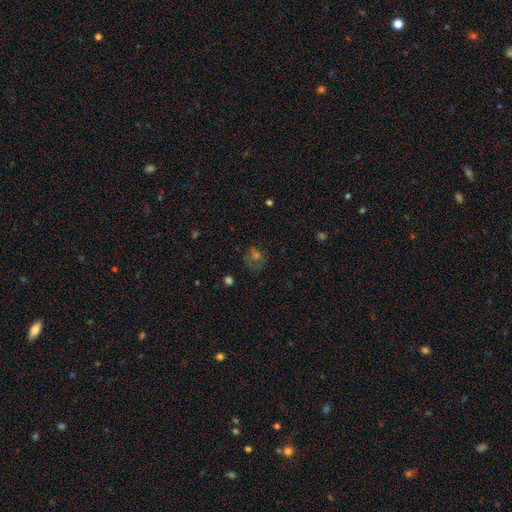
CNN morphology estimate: Smooth or featured: smooth — 39% (star or artifact — 32%)
Merging: none — 55% (major disturbance — 21%)